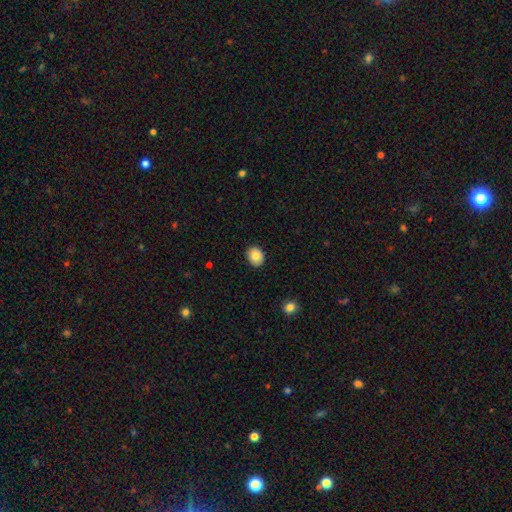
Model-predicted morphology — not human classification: Smooth or featured?
  - smooth: 85% *
  - star or artifact: 9%
  - featured or disk: 6%
How rounded?
  - round: 64% *
  - in between: 35%
  - cigar-shaped: 1%
Merging?
  - none: 89% *
  - minor disturbance: 8%
  - major disturbance: 2%
  - merger: 1%